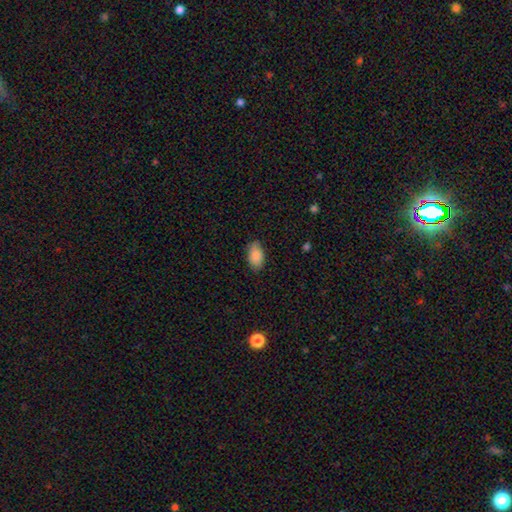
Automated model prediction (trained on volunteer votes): smooth-or-featured: smooth: 87% | star or artifact: 7% | featured or disk: 6%
  how-rounded: in between: 93% | round: 5% | cigar-shaped: 2%
  merging: none: 78% | minor disturbance: 18% | major disturbance: 3% | merger: 1%